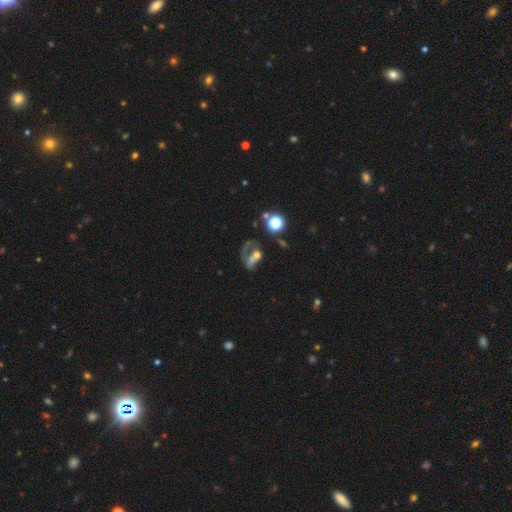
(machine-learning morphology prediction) Smooth or featured? featured or disk (45%)
Merging? major disturbance (34%)